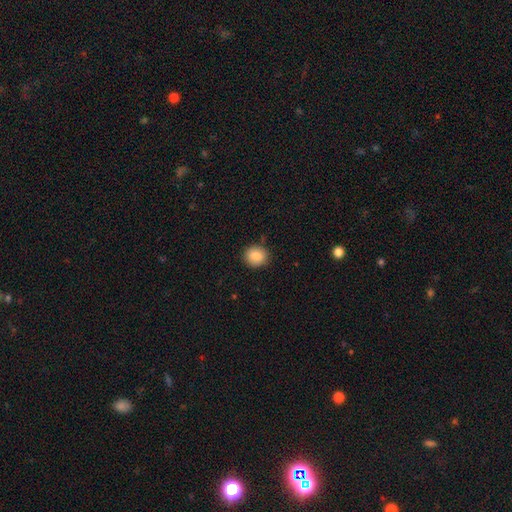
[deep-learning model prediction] Smooth or featured: smooth — 86% (star or artifact — 8%)
How rounded: round — 83% (in between — 16%)
Merging: none — 89% (minor disturbance — 8%)